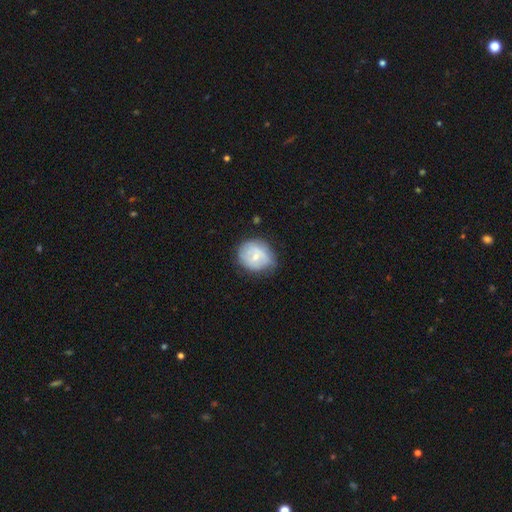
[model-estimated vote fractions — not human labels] Q: Smooth or featured?
A: smooth (54%); runner-up: featured or disk (38%)
Q: How rounded?
A: round (66%); runner-up: in between (33%)
Q: Merging?
A: none (62%); runner-up: minor disturbance (28%)